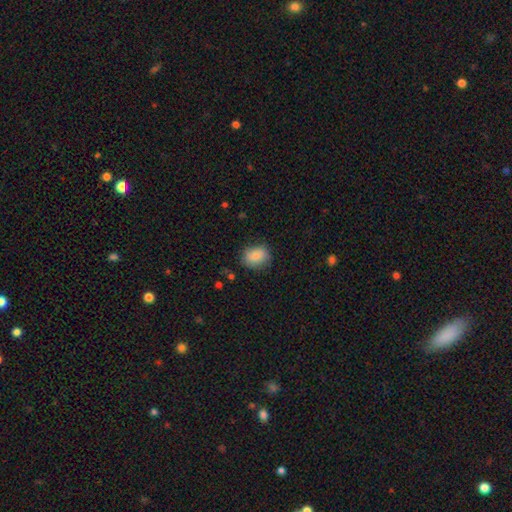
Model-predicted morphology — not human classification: This is clearly a smooth galaxy (84%). How rounded: likely in between (60%). Merging: likely none (78%).